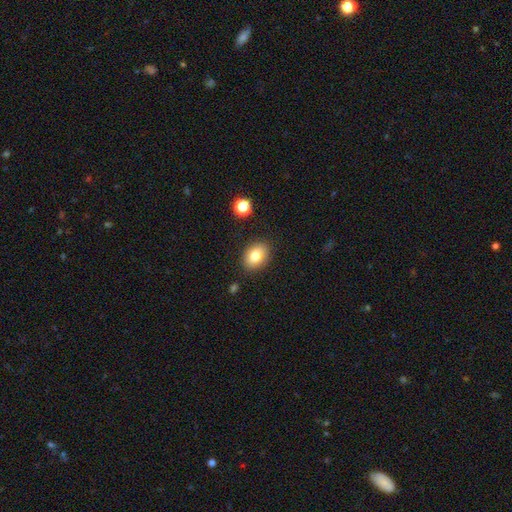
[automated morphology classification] This is clearly a smooth galaxy (80%). How rounded: likely in between (72%). Merging: clearly none (87%).